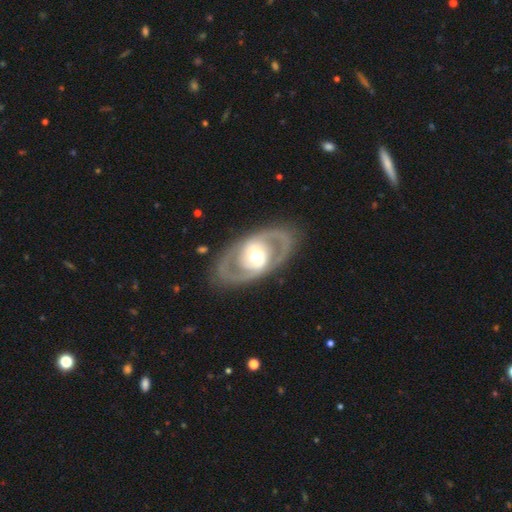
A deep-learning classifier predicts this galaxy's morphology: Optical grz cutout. It shows a featured or disk galaxy (77%) with no bar (62%), spiral arms (51%) and a moderate central bulge (66%). Merging: none (82%).